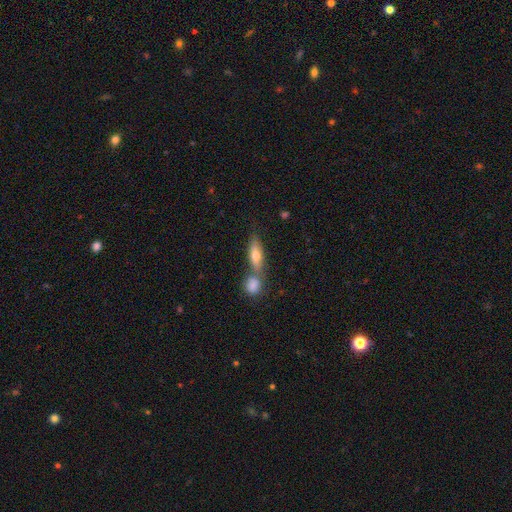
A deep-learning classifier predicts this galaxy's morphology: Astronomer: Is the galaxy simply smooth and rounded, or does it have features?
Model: smooth — 66%.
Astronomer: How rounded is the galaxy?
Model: in between — 54% (runner-up: cigar-shaped, 41%).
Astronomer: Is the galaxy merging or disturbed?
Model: none — 48% (runner-up: merger, 38%).